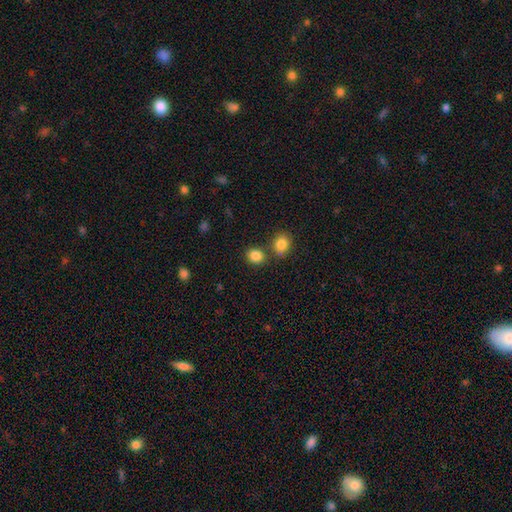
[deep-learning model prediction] smooth-or-featured: smooth: 85% | star or artifact: 10% | featured or disk: 4%
  how-rounded: round: 68% | in between: 31% | cigar-shaped: 1%
  merging: none: 73% | merger: 16% | minor disturbance: 8% | major disturbance: 3%